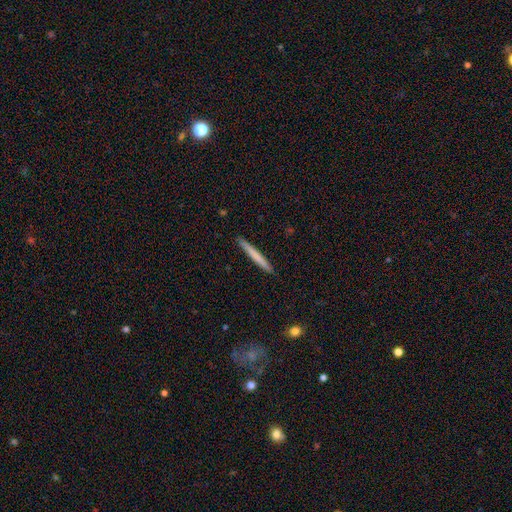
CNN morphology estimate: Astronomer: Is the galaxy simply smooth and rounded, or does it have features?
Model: smooth — 68%.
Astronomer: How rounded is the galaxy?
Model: cigar-shaped — 97%.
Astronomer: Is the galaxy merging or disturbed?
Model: none — 92%.